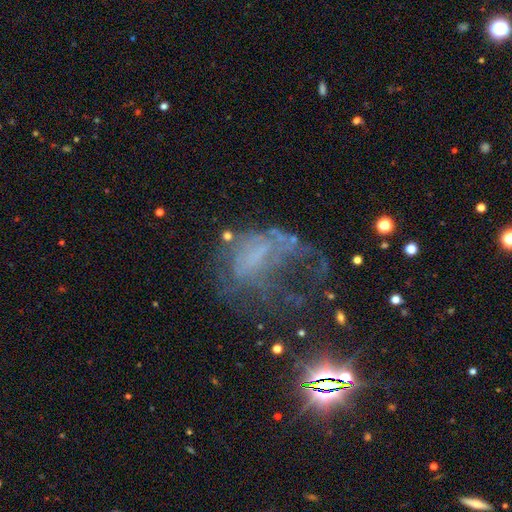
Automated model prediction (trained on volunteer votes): A featured or disk galaxy (49%).

Vote fractions:
- Smooth or featured? featured or disk: 49% / star or artifact: 28% / smooth: 23%
- Merging? major disturbance: 55% / none: 22% / minor disturbance: 16% / merger: 7%